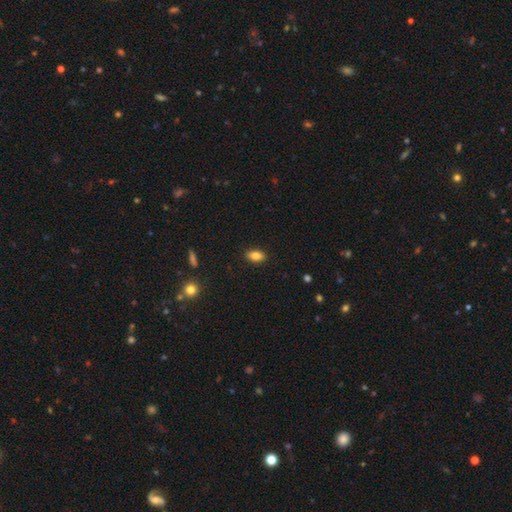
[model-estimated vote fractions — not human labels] Smooth or featured? Predicted: smooth (p=0.84). How rounded? Predicted: in between (p=0.88). Merging? Predicted: none (p=0.88).